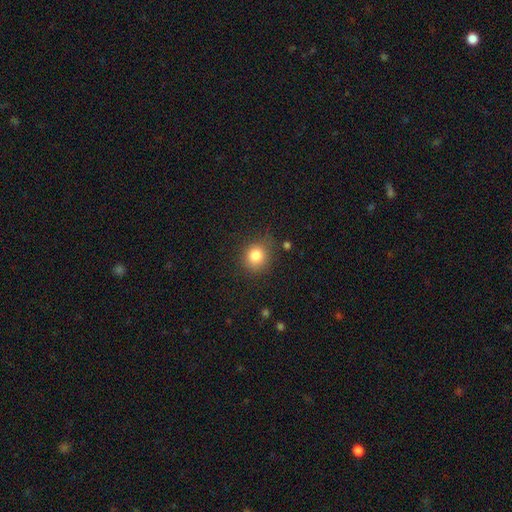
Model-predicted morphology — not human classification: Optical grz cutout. It shows a smooth galaxy with no disk features (82%) that is round (83%). Merging: none (78%).